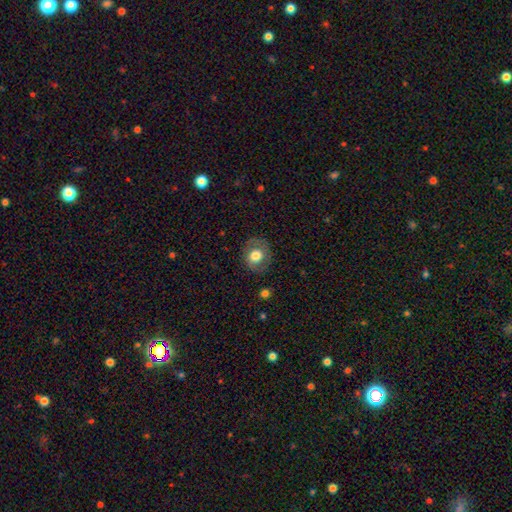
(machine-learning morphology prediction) This is likely a smooth galaxy (66%). How rounded: likely round (75%). Merging: clearly none (80%).